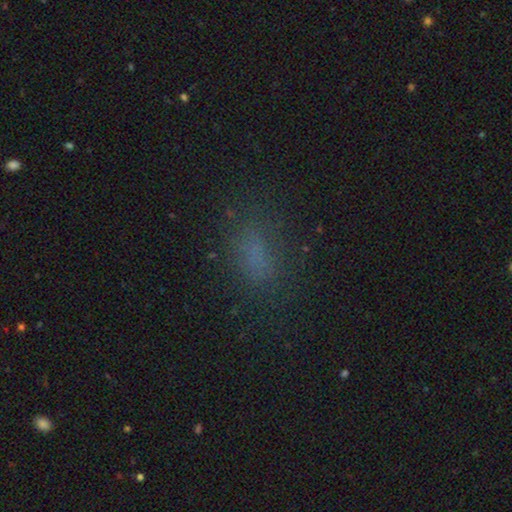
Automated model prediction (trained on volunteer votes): A smooth galaxy with no disk features (70%) that is in between round and cigar-shaped (79%).

Vote fractions:
- Smooth or featured? smooth: 70% / star or artifact: 21% / featured or disk: 9%
- How rounded? in between: 79% / round: 11% / cigar-shaped: 10%
- Merging? none: 76% / minor disturbance: 15% / major disturbance: 8% / merger: 1%